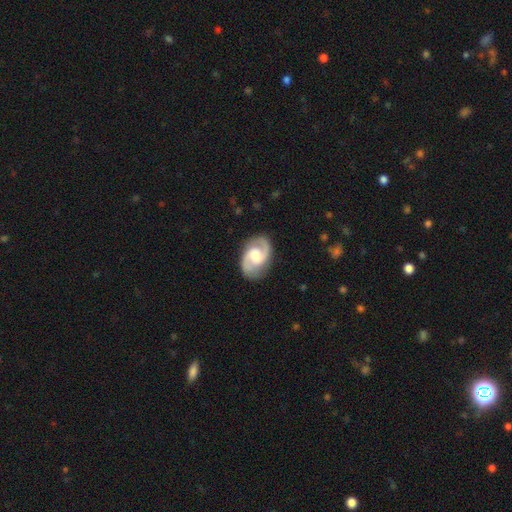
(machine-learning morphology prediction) Smooth or featured: featured or disk — 87% (smooth — 9%)
Edge-on disk: no — 98% (yes — 2%)
Bar: weak — 48% (no — 40%)
Spiral arms: yes — 96% (no — 4%)
Spiral winding: medium — 56% (tight — 26%)
Spiral arm count: 2 — 93% (can't tell — 3%)
Bulge size: moderate — 60% (small — 18%)
Merging: none — 84% (minor disturbance — 11%)